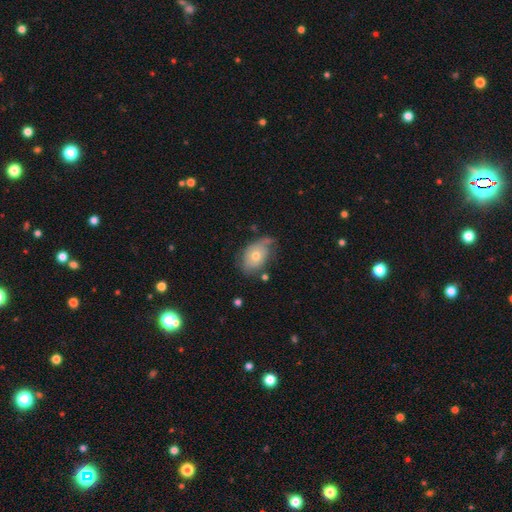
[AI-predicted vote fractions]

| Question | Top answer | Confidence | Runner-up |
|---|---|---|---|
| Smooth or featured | smooth | 53% | featured or disk (39%) |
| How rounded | in between | 80% | round (18%) |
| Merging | none | 49% | minor disturbance (33%) |